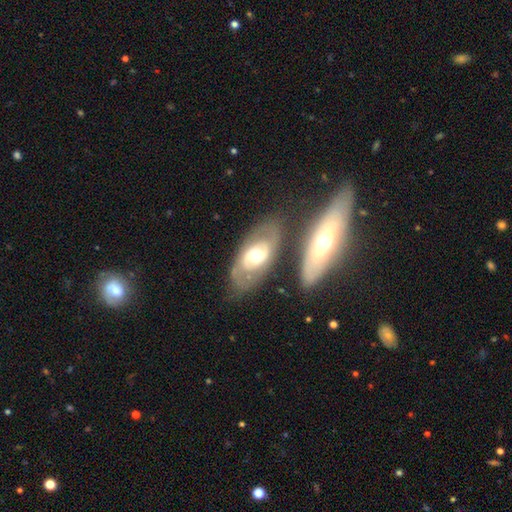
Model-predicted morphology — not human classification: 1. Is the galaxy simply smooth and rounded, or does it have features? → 66% featured or disk, 28% smooth, 6% star or artifact.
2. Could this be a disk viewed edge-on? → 91% no, 9% yes.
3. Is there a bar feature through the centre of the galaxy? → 68% no, 23% weak, 9% strong.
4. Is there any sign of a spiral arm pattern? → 54% yes, 46% no.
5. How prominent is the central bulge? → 68% moderate, 22% large, 7% small, 2% dominant, 1% none.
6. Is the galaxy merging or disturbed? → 69% none, 16% minor disturbance, 9% merger, 7% major disturbance.